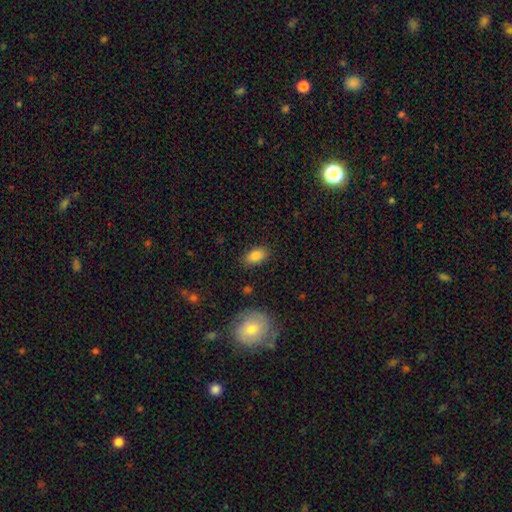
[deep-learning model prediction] Smooth or featured? Predicted: smooth (p=0.84). How rounded? Predicted: in between (p=0.90). Merging? Predicted: none (p=0.85).